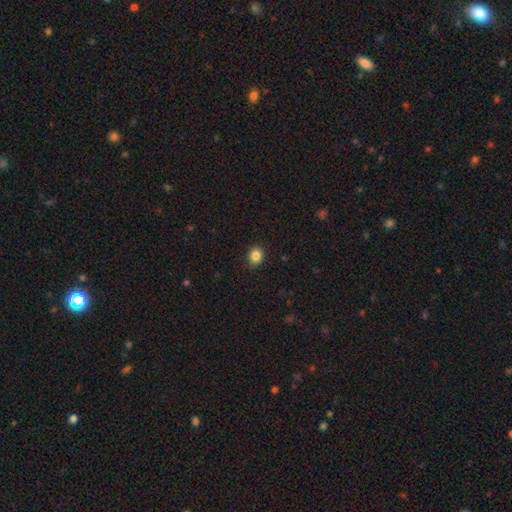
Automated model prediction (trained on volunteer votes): Smooth or featured?
  - smooth: 86% *
  - star or artifact: 10%
  - featured or disk: 4%
How rounded?
  - round: 63% *
  - in between: 36%
  - cigar-shaped: 1%
Merging?
  - none: 88% *
  - minor disturbance: 9%
  - major disturbance: 2%
  - merger: 1%